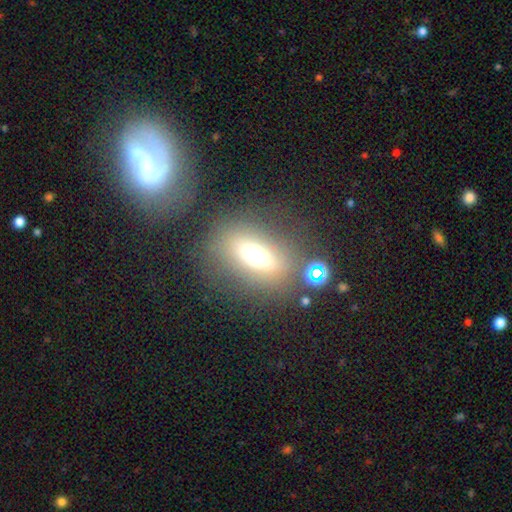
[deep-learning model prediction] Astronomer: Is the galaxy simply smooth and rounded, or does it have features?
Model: smooth — 55% (runner-up: featured or disk, 33%).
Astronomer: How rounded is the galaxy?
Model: in between — 68%.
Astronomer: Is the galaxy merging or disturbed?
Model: none — 68%.